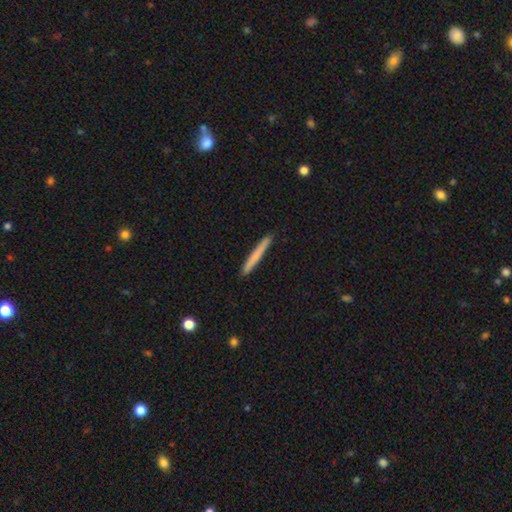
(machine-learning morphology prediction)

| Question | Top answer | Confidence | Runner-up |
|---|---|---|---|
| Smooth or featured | smooth | 70% | featured or disk (24%) |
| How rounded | cigar-shaped | 97% | in between (2%) |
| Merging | none | 92% | minor disturbance (6%) |